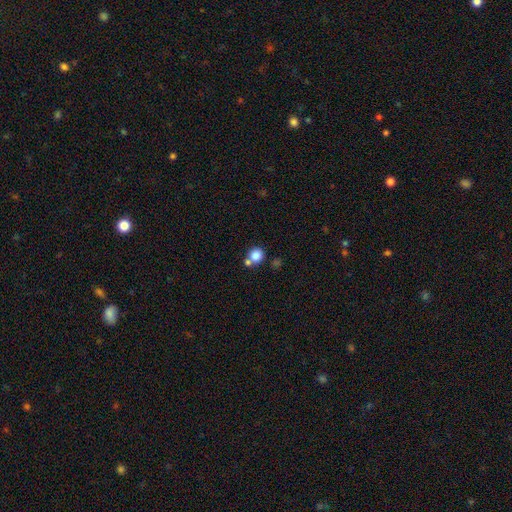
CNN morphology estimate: Q: Smooth or featured?
A: smooth (83%); runner-up: star or artifact (10%)
Q: How rounded?
A: round (87%); runner-up: in between (12%)
Q: Merging?
A: none (57%); runner-up: merger (31%)